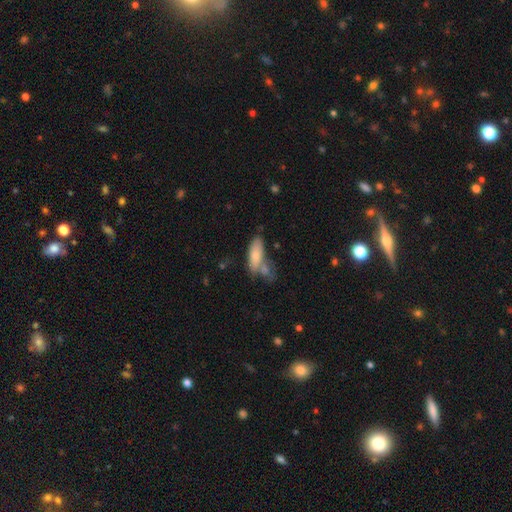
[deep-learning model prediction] A smooth galaxy with no disk features (74%) that is in between round and cigar-shaped (70%).

Vote fractions:
- Smooth or featured? smooth: 74% / featured or disk: 20% / star or artifact: 7%
- How rounded? in between: 70% / cigar-shaped: 28% / round: 3%
- Merging? none: 46% / merger: 30% / minor disturbance: 18% / major disturbance: 6%